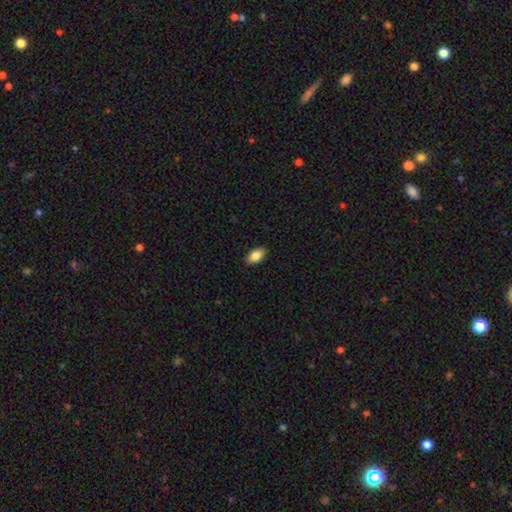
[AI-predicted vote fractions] Q: Smooth or featured?
A: smooth (86%); runner-up: star or artifact (7%)
Q: How rounded?
A: in between (93%); runner-up: round (5%)
Q: Merging?
A: none (89%); runner-up: minor disturbance (8%)